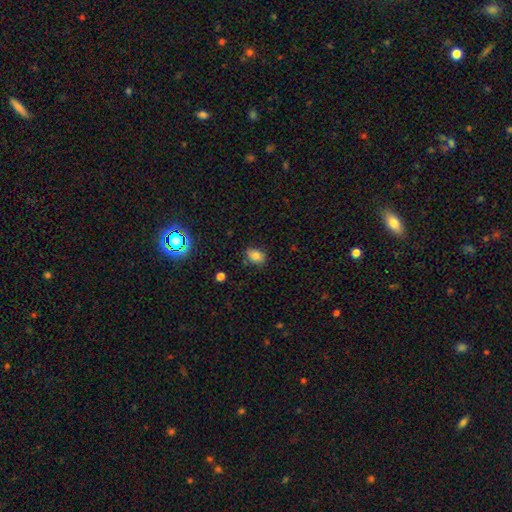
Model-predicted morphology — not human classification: smooth 79%, star or artifact 13%, featured or disk 8%. Down the decision tree: how rounded — in between (76%); merging — none (77%).